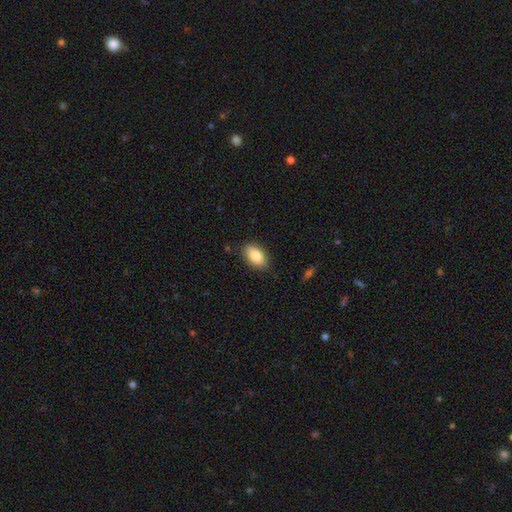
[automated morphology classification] A smooth galaxy with no disk features (84%) that is in between round and cigar-shaped (91%). Merging: none (85%).